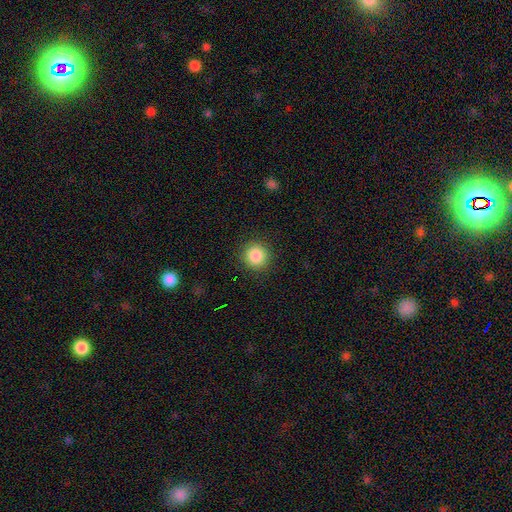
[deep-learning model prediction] smooth-or-featured: smooth: 87% | star or artifact: 9% | featured or disk: 4%
  how-rounded: round: 93% | in between: 6% | cigar-shaped: 1%
  merging: none: 91% | minor disturbance: 6% | major disturbance: 2% | merger: 1%